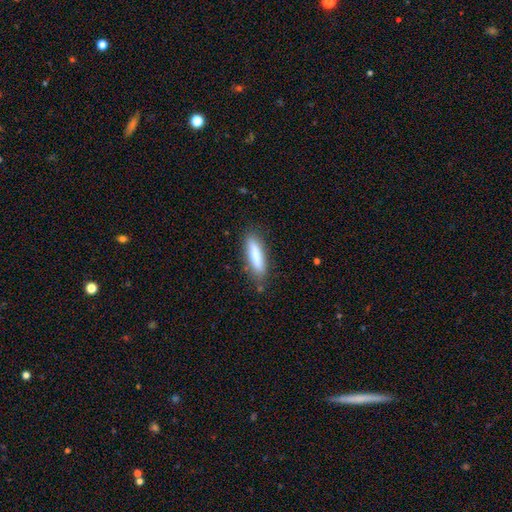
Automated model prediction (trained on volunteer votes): This appears to be a smooth galaxy with no disk features (80%) that is cigar-shaped (71%). Merging: none (81%).